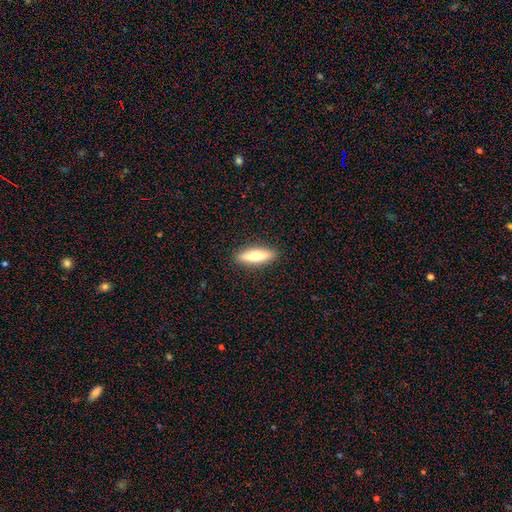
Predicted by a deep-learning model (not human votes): Smooth or featured: smooth — 67% (featured or disk — 27%)
How rounded: cigar-shaped — 62% (in between — 36%)
Merging: none — 90% (minor disturbance — 7%)